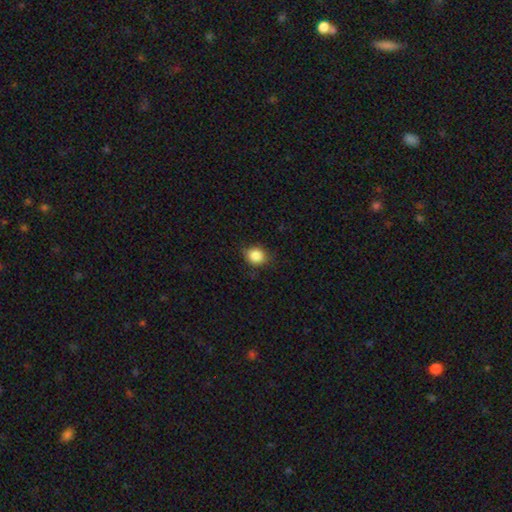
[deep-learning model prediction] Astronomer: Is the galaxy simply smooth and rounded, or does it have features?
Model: smooth — 86%.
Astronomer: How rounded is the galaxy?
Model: round — 66%.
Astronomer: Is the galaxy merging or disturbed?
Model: none — 77%.